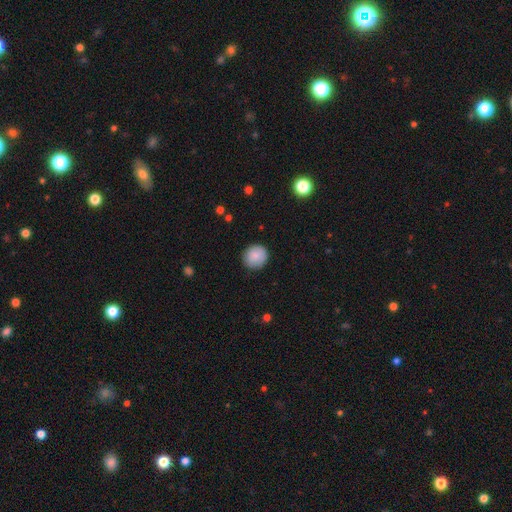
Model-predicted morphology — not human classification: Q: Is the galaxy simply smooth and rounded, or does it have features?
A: smooth — 87%.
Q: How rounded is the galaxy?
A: round — 89%.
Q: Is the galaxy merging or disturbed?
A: none — 88%.